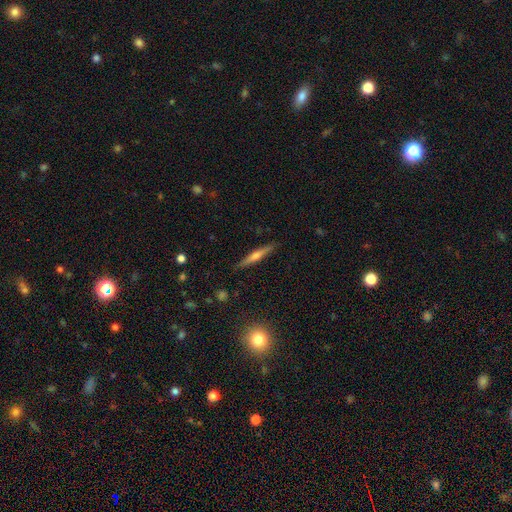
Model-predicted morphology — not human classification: A featured or disk galaxy (55%) viewed edge-on (96%) with a rounded central bulge (77%).

Vote fractions:
- Smooth or featured? featured or disk: 55% / smooth: 37% / star or artifact: 7%
- Edge-on disk? yes: 96% / no: 4%
- Edge-on bulge? rounded: 77% / none: 17% / boxy: 6%
- Merging? none: 89% / minor disturbance: 8% / major disturbance: 2% / merger: 1%